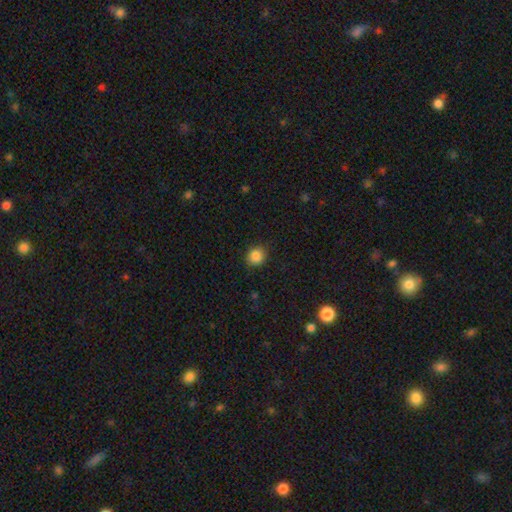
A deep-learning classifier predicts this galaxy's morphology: Overall: smooth (86%). How rounded: round (82%). Merging: none (85%).